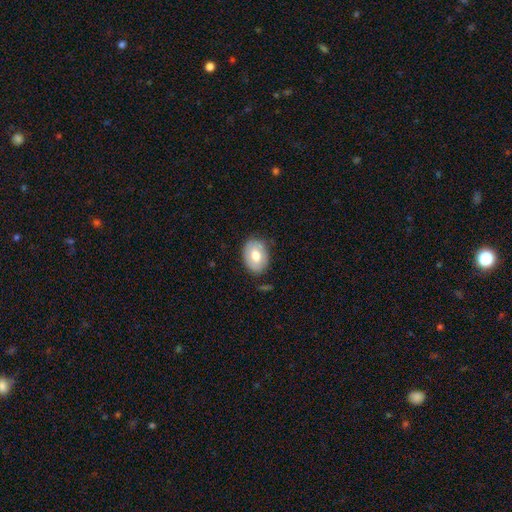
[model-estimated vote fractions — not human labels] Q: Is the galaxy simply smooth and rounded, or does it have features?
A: smooth — 67%.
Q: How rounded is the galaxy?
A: in between — 76%.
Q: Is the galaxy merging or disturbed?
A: none — 78%.